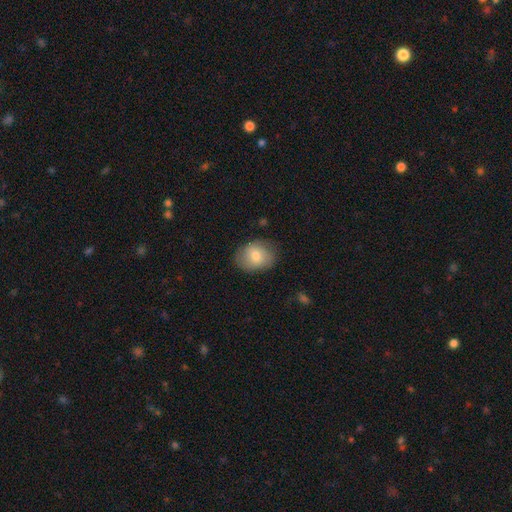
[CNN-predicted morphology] Smooth or featured? Predicted: smooth (p=0.76). How rounded? Predicted: in between (p=0.61). Merging? Predicted: none (p=0.77).